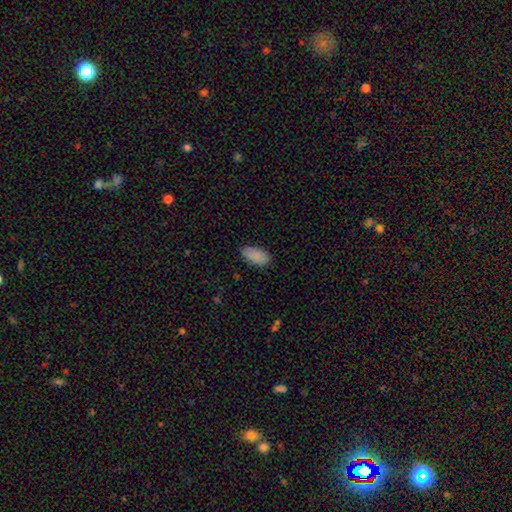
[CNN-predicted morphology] Q: Smooth or featured?
A: smooth (89%); runner-up: star or artifact (7%)
Q: How rounded?
A: in between (94%); runner-up: cigar-shaped (4%)
Q: Merging?
A: none (82%); runner-up: minor disturbance (14%)